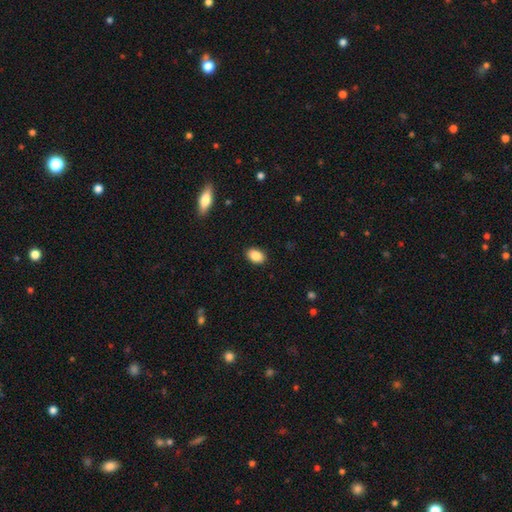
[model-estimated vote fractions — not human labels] A smooth galaxy with no disk features (87%) that is in between round and cigar-shaped (84%). Merging: none (90%).